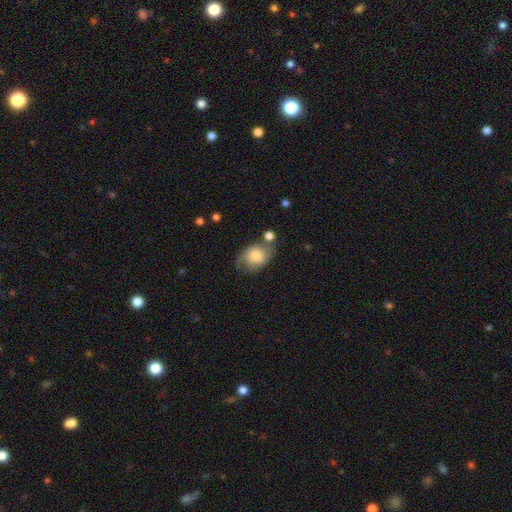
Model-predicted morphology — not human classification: The model was most divided on "merging": none: 50%, minor disturbance: 27%, major disturbance: 12%, merger: 12%. More confident: how rounded — in between (71%); smooth or featured — smooth (69%).